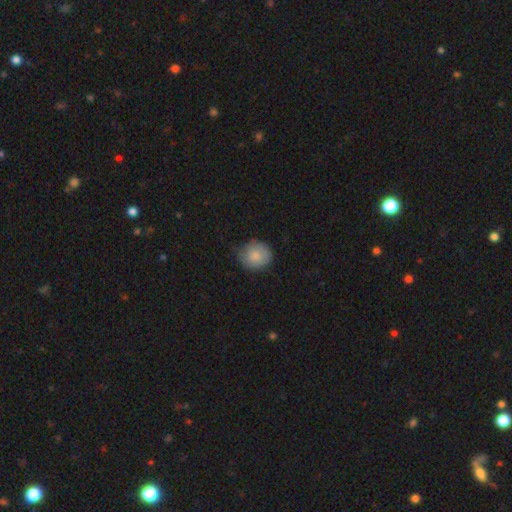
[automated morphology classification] Smooth or featured?
  - smooth: 81% *
  - featured or disk: 11%
  - star or artifact: 8%
How rounded?
  - round: 80% *
  - in between: 19%
  - cigar-shaped: 1%
Merging?
  - none: 71% *
  - minor disturbance: 24%
  - major disturbance: 4%
  - merger: 1%